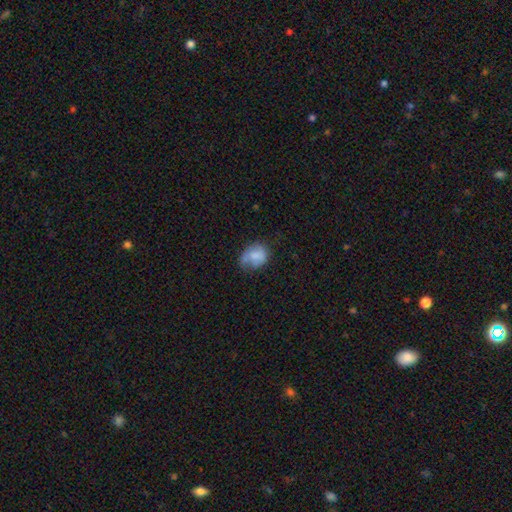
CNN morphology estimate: smooth 68%, featured or disk 23%, star or artifact 8%. Down the decision tree: how rounded — round (51%); merging — none (40%).